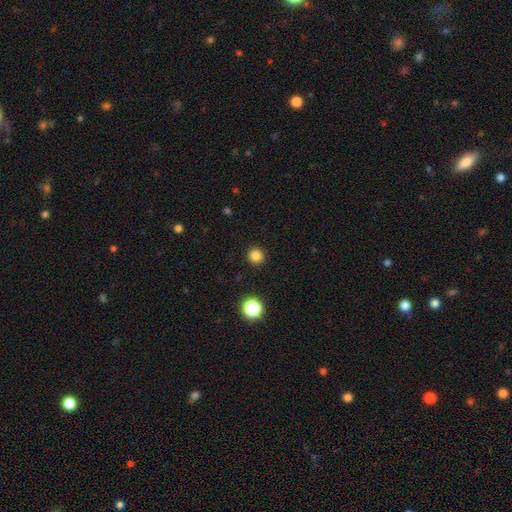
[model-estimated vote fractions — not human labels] Smooth or featured? smooth (83%)
How rounded? round (95%)
Merging? none (93%)